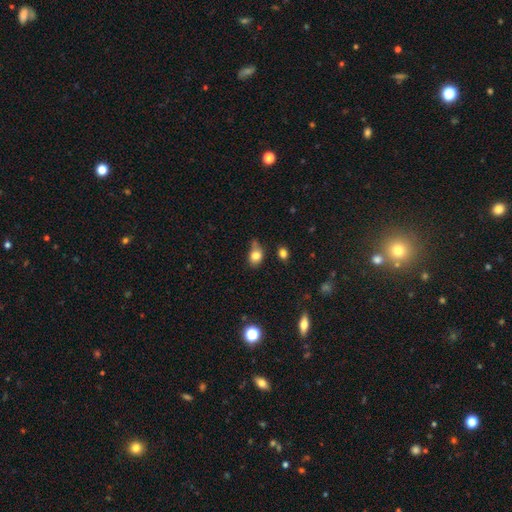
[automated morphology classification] smooth_or_featured: smooth (p=0.80) [alt: star or artifact p=0.11]
how_rounded: in between (p=0.58) [alt: round p=0.40]
merging: none (p=0.46) [alt: minor disturbance p=0.33]